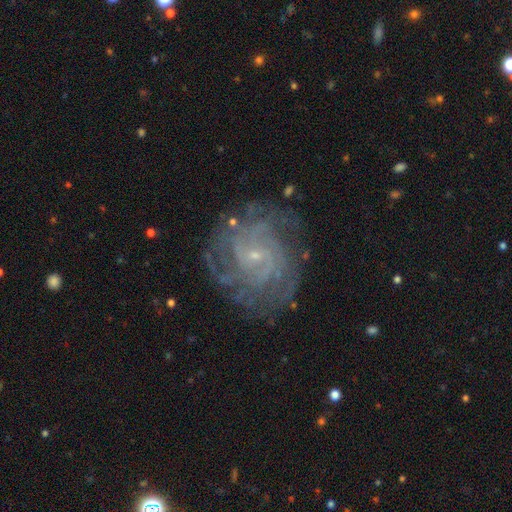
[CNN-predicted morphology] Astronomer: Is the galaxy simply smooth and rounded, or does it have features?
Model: featured or disk — 85%.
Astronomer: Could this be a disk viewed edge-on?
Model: no — 98%.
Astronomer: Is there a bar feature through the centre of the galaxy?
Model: no — 58% (runner-up: weak, 35%).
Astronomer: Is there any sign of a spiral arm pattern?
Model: yes — 95%.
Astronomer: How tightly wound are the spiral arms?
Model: tight — 63%.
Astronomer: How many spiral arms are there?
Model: can't tell — 33% (runner-up: 4, 19%).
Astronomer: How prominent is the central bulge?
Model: small — 85%.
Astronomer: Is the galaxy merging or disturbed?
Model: none — 77%.